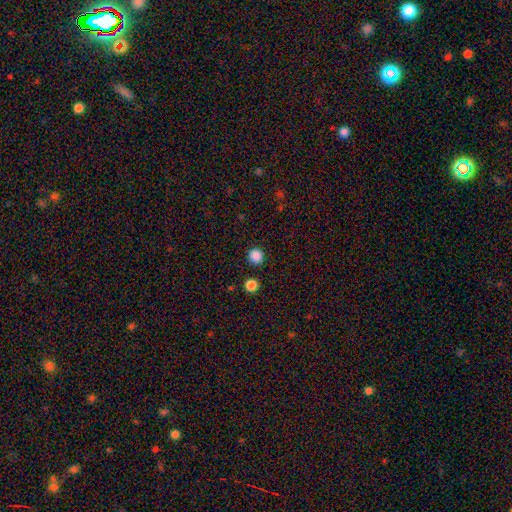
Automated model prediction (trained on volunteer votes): smooth_or_featured: smooth (p=0.86) [alt: star or artifact p=0.11]
how_rounded: round (p=0.94) [alt: in between p=0.05]
merging: none (p=0.91) [alt: minor disturbance p=0.05]